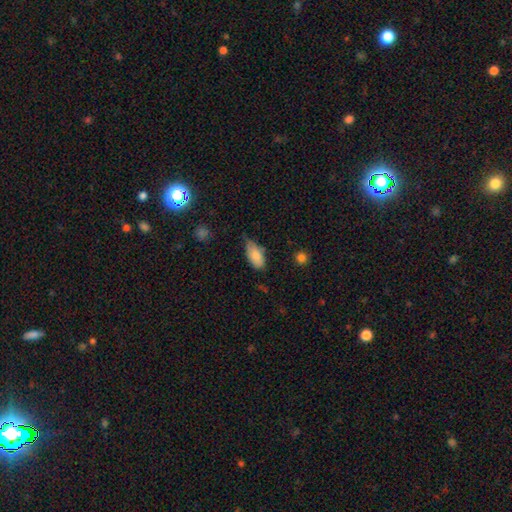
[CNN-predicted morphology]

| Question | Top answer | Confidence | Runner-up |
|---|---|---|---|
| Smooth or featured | smooth | 83% | featured or disk (11%) |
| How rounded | in between | 92% | cigar-shaped (5%) |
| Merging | none | 51% | minor disturbance (40%) |